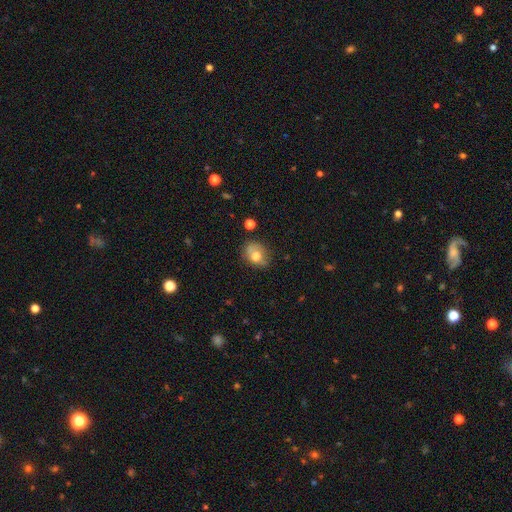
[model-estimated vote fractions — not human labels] Smooth or featured?
  - smooth: 70% *
  - featured or disk: 20%
  - star or artifact: 10%
How rounded?
  - round: 50% *
  - in between: 49%
  - cigar-shaped: 1%
Merging?
  - none: 52% *
  - minor disturbance: 28%
  - major disturbance: 13%
  - merger: 8%